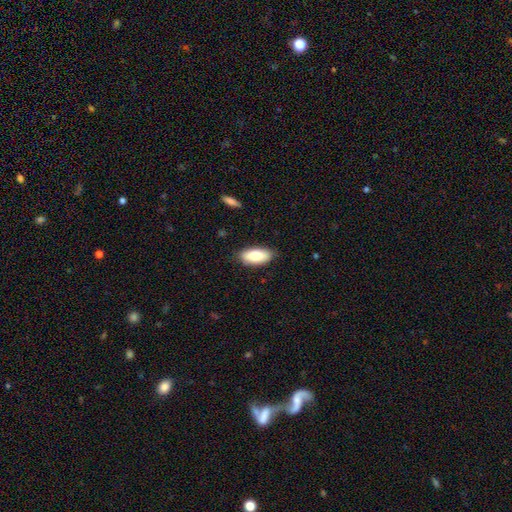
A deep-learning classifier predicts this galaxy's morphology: A smooth galaxy with no disk features (80%) that is in between round and cigar-shaped (91%).

Vote fractions:
- Smooth or featured? smooth: 80% / featured or disk: 13% / star or artifact: 6%
- How rounded? in between: 91% / cigar-shaped: 7% / round: 3%
- Merging? none: 83% / minor disturbance: 13% / major disturbance: 2% / merger: 1%